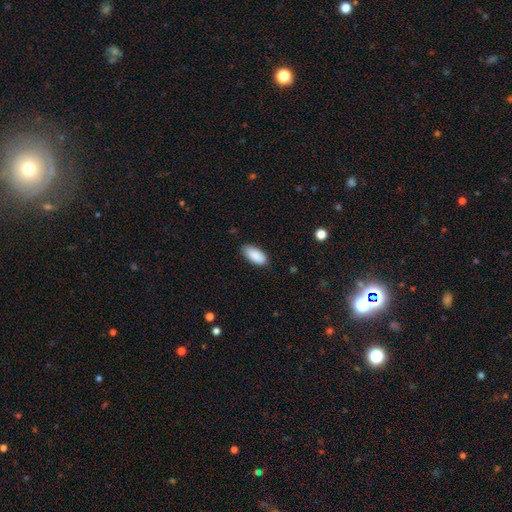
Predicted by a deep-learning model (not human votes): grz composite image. It shows a smooth galaxy with no disk features (90%) that is in between round and cigar-shaped (91%). Merging: none (84%).